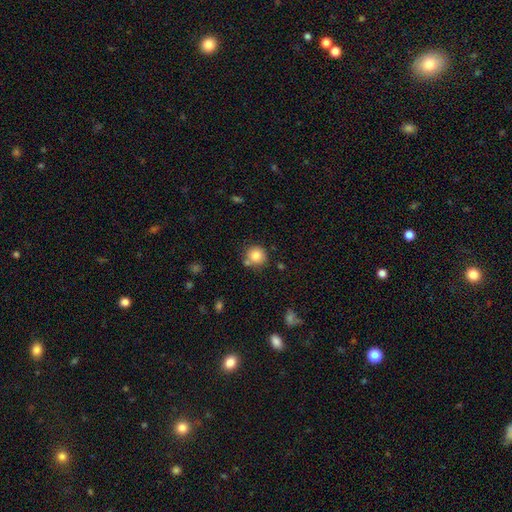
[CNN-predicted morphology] The model was most divided on "merging": none: 74%, merger: 12%, minor disturbance: 12%, major disturbance: 3%. More confident: how rounded — round (92%); smooth or featured — smooth (81%).